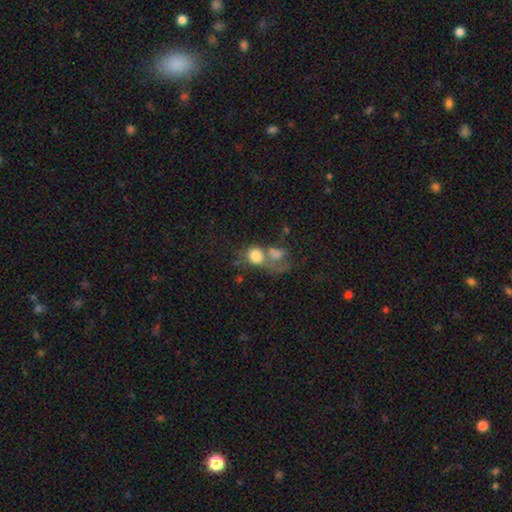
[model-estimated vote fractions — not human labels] Smooth or featured? smooth (72%)
How rounded? round (63%)
Merging? merger (60%)